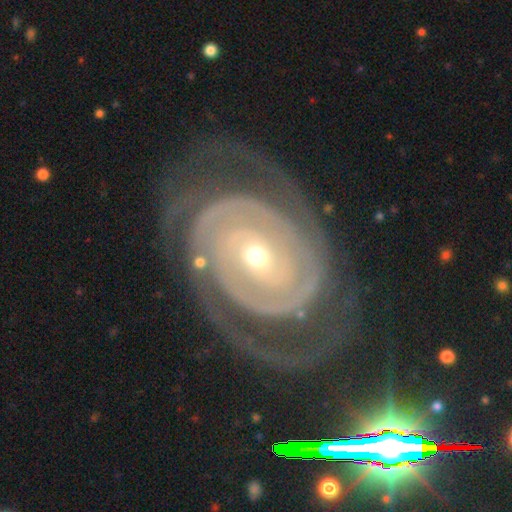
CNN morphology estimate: Overall: featured or disk (91%). Edge-on disk: no (97%). Bar: no (62%; weak 22%). Spiral arms: yes (98%). Spiral arm count: 2 (67%). Spiral winding: tight (82%). Bulge size: small (63%; moderate 34%). Merging: none (74%).